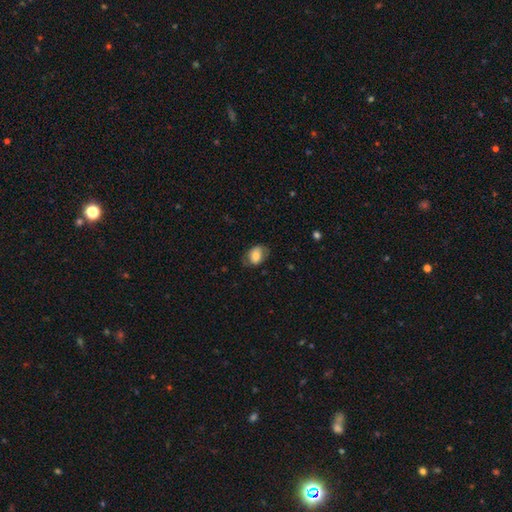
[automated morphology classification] Smooth or featured?
  - smooth: 71% *
  - featured or disk: 22%
  - star or artifact: 7%
How rounded?
  - in between: 76% *
  - round: 23%
  - cigar-shaped: 1%
Merging?
  - none: 66% *
  - minor disturbance: 22%
  - major disturbance: 11%
  - merger: 1%